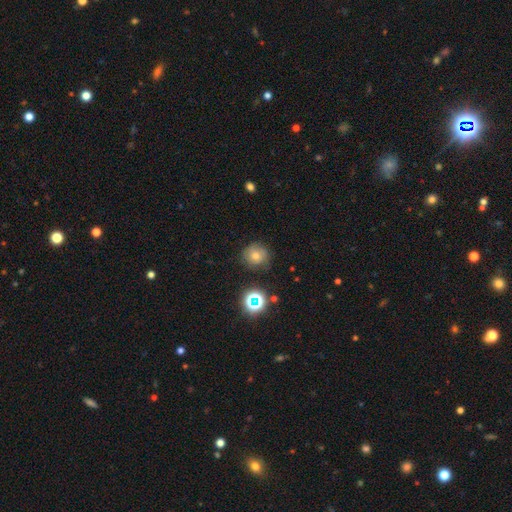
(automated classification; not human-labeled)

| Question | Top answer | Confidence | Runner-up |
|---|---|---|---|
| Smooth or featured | smooth | 65% | star or artifact (18%) |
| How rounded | round | 91% | in between (8%) |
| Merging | none | 78% | minor disturbance (15%) |